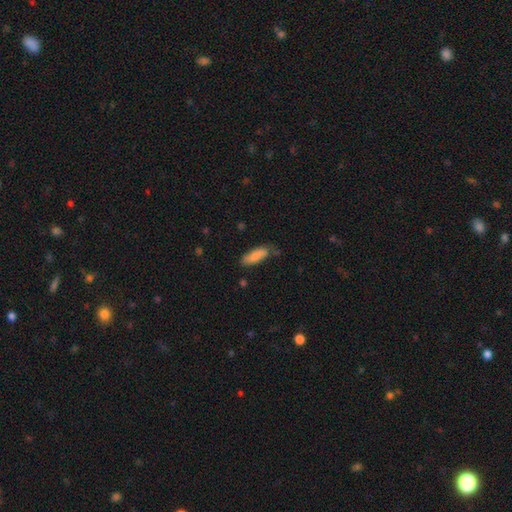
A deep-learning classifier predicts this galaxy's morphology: Overall: smooth (80%). How rounded: in between (64%; cigar-shaped 34%). Merging: none (65%; minor disturbance 27%).